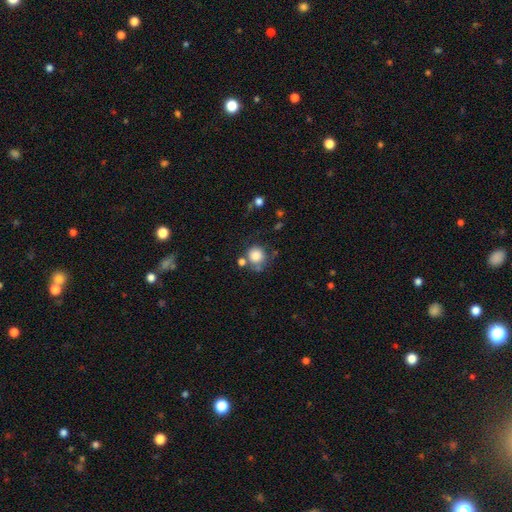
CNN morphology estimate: The model was most divided on "merging": none: 61%, minor disturbance: 16%, merger: 15%, major disturbance: 8%. More confident: how rounded — round (90%); smooth or featured — smooth (83%).